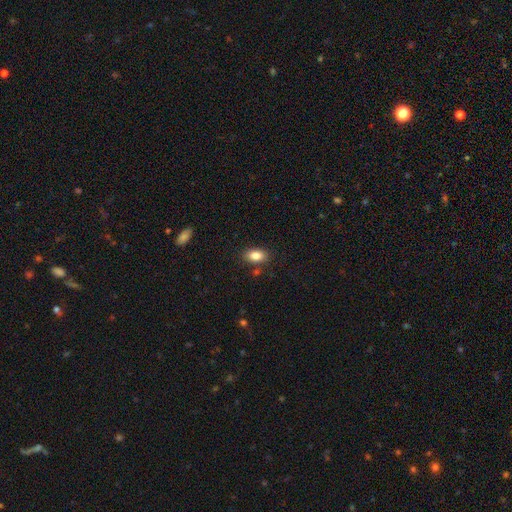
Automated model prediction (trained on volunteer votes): Morphology: type=smooth (86%); roundness=in between (89%); merging=none (84%).